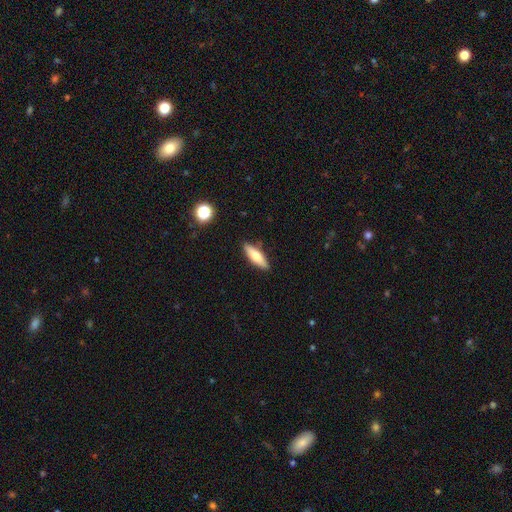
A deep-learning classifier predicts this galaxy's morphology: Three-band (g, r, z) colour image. It shows a smooth galaxy with no disk features (65%) that is cigar-shaped (52%). Merging: none (87%).